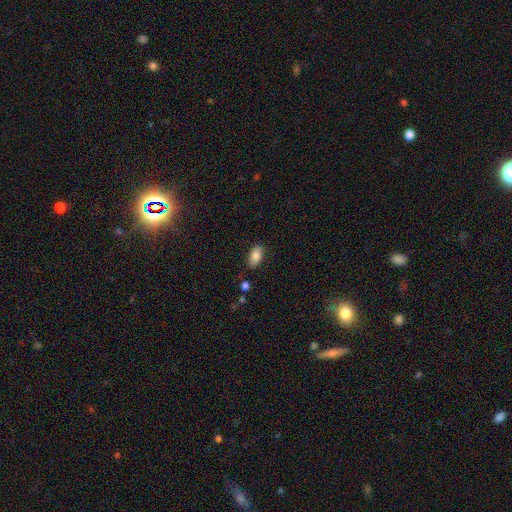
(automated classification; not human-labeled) smooth_or_featured: smooth (p=0.82) [alt: featured or disk p=0.11]
how_rounded: in between (p=0.91) [alt: cigar-shaped p=0.06]
merging: none (p=0.83) [alt: minor disturbance p=0.12]